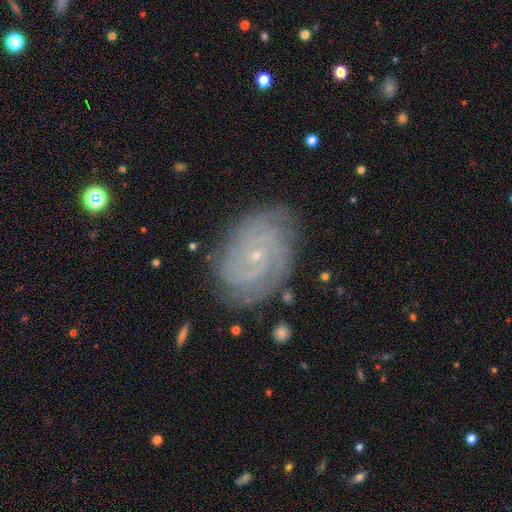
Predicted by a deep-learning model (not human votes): Morphology: type=featured or disk (83%); edge-on=no (97%); bar=no (73%); spiral arms=yes (96%); winding=tight (73%); arm count=can't tell (30%); bulge=small (87%); merging=none (80%).